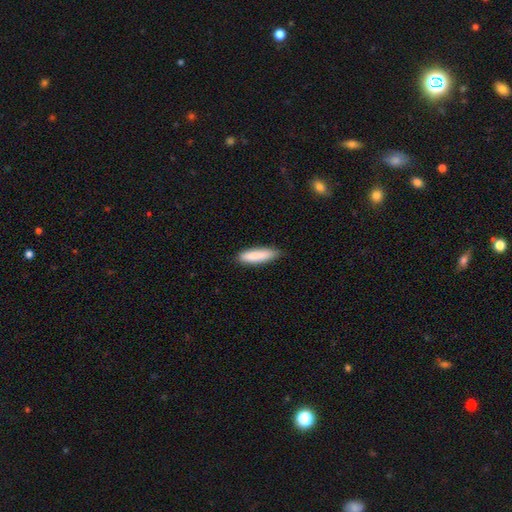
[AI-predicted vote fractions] Smooth or featured? smooth (87%)
How rounded? cigar-shaped (67%)
Merging? none (84%)